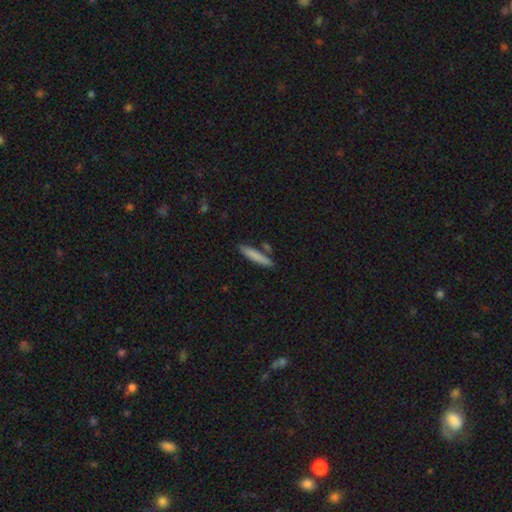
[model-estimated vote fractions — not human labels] smooth_or_featured: smooth (p=0.80) [alt: featured or disk p=0.14]
how_rounded: cigar-shaped (p=0.91) [alt: in between p=0.08]
merging: none (p=0.80) [alt: minor disturbance p=0.10]